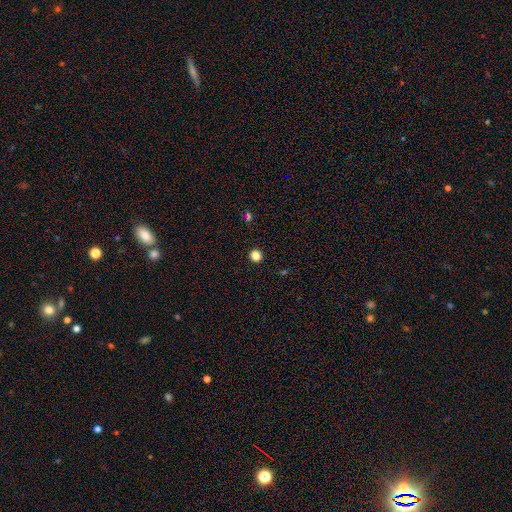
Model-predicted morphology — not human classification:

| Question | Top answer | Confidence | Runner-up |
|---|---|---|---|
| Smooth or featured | smooth | 84% | star or artifact (13%) |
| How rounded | round | 92% | in between (7%) |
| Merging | none | 93% | minor disturbance (4%) |